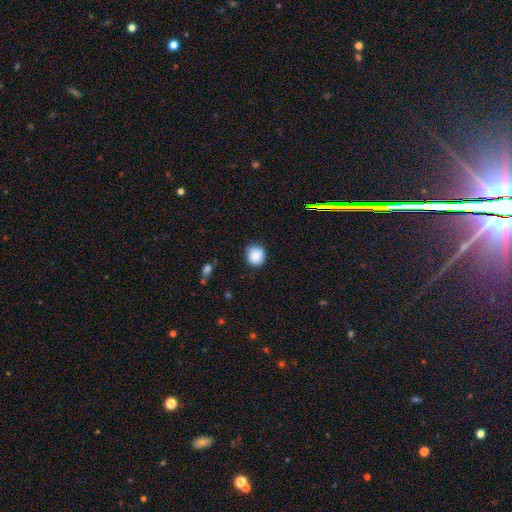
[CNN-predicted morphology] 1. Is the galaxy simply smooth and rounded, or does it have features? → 87% smooth, 9% star or artifact, 5% featured or disk.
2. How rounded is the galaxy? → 87% round, 12% in between, 1% cigar-shaped.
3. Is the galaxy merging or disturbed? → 81% none, 15% minor disturbance, 3% major disturbance, 1% merger.